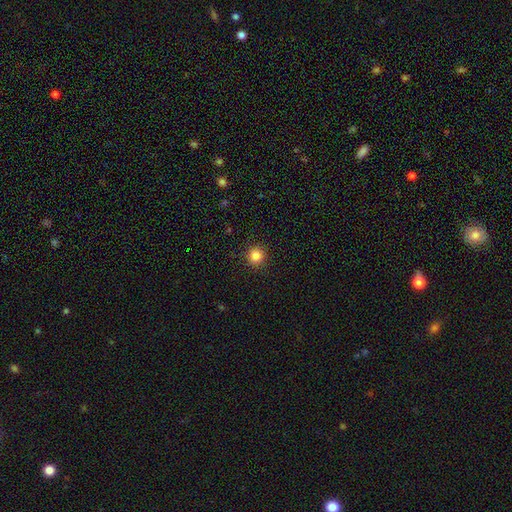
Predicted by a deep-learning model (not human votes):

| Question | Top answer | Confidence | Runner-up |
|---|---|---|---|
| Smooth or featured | smooth | 84% | star or artifact (11%) |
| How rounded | round | 94% | in between (5%) |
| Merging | none | 91% | minor disturbance (6%) |